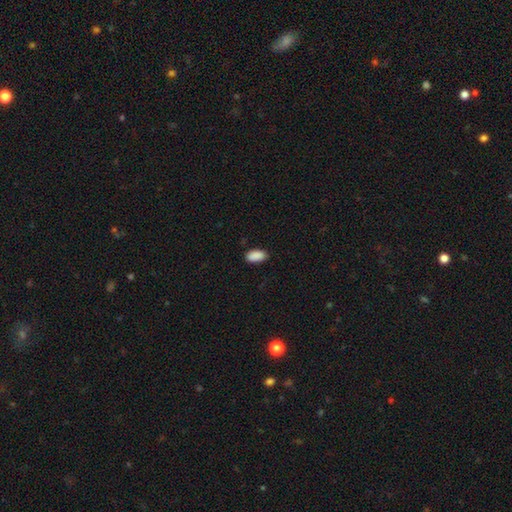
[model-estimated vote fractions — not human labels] smooth-or-featured: smooth: 90% | star or artifact: 7% | featured or disk: 3%
  how-rounded: in between: 93% | cigar-shaped: 4% | round: 3%
  merging: none: 86% | minor disturbance: 11% | major disturbance: 2% | merger: 1%